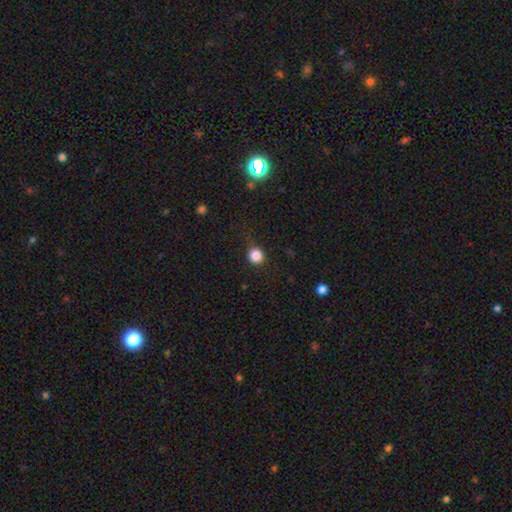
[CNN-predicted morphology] A smooth galaxy with no disk features (85%) that is round (90%). Merging: none (86%).